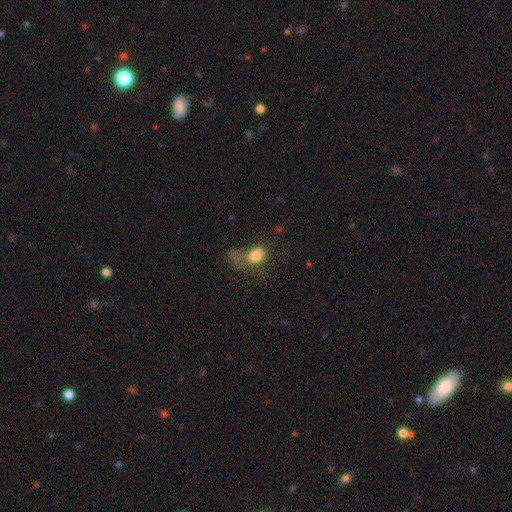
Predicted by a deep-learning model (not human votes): This is likely a smooth galaxy (77%). How rounded: likely in between (60%). Merging: possibly major disturbance (48%).